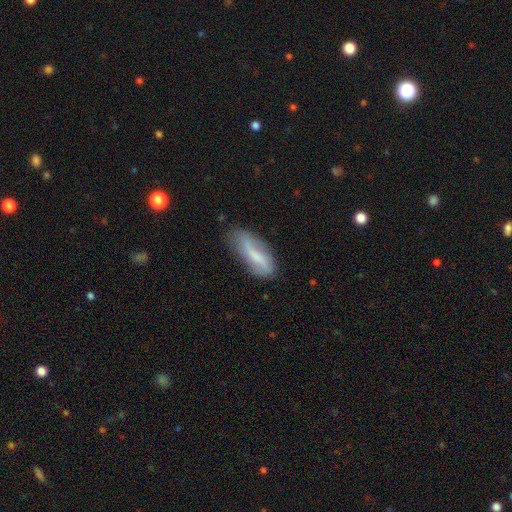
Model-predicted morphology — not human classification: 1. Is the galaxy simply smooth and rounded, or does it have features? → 49% smooth, 43% featured or disk, 8% star or artifact.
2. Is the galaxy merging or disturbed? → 63% none, 26% minor disturbance, 8% major disturbance, 3% merger.